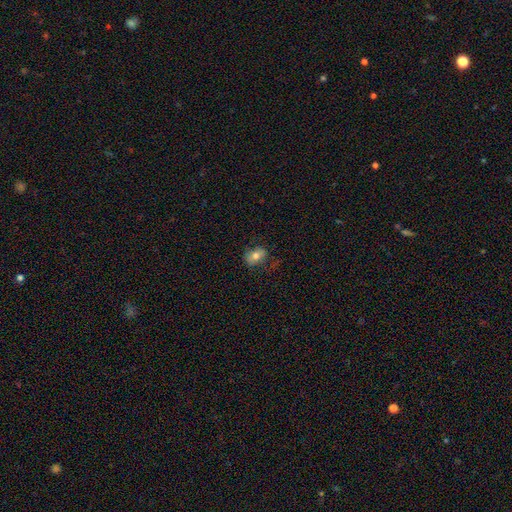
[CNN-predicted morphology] This appears to be a smooth galaxy with no disk features (70%) that is in between round and cigar-shaped (69%). Merging: none (68%).